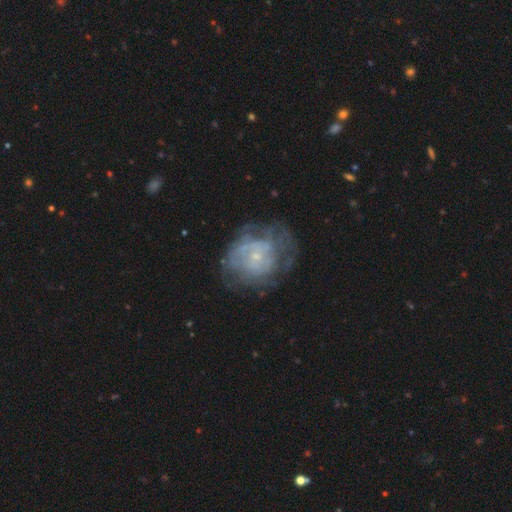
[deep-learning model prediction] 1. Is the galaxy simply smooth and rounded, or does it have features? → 68% featured or disk, 23% smooth, 9% star or artifact.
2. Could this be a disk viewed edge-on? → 97% no, 3% yes.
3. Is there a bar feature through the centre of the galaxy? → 81% no, 16% weak, 3% strong.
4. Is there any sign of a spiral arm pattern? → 57% yes, 43% no.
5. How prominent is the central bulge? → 78% small, 14% moderate, 5% none, 1% large, 1% dominant.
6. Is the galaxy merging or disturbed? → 53% none, 22% minor disturbance, 22% major disturbance, 3% merger.